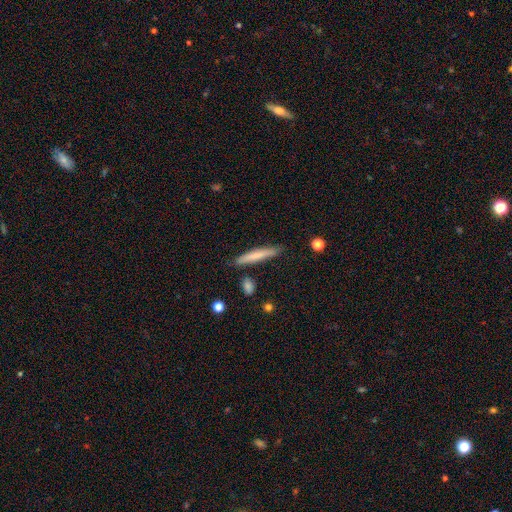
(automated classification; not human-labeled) This is likely a smooth galaxy (71%). How rounded: clearly cigar-shaped (94%). Merging: clearly none (84%).